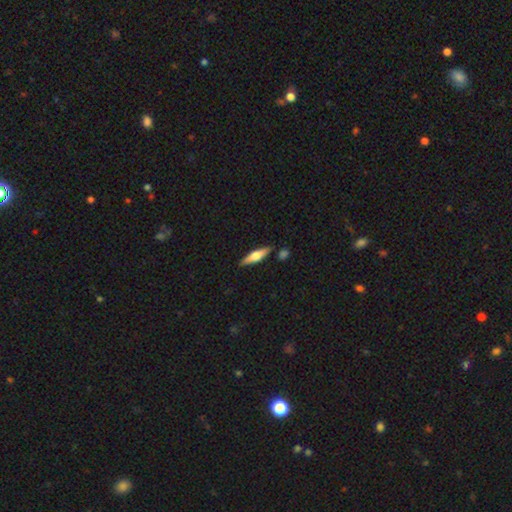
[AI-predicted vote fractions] Smooth or featured: smooth — 48% (featured or disk — 46%)
Merging: none — 83% (minor disturbance — 10%)